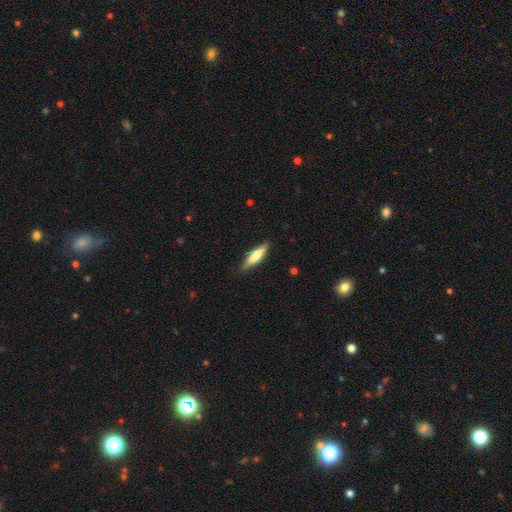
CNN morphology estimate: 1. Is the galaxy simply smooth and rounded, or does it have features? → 68% smooth, 26% featured or disk, 5% star or artifact.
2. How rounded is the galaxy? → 70% cigar-shaped, 28% in between, 1% round.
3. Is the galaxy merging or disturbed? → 86% none, 11% minor disturbance, 2% major disturbance, 1% merger.